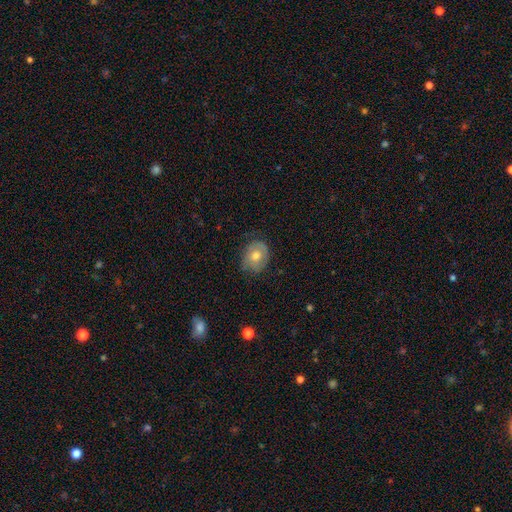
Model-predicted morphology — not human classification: Smooth or featured: smooth — 47% (featured or disk — 44%)
Merging: none — 71% (minor disturbance — 21%)